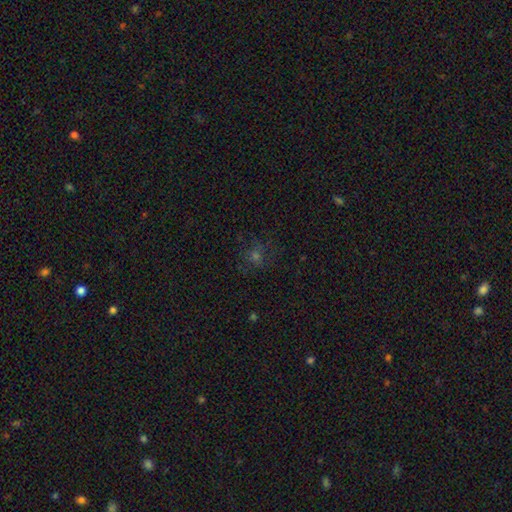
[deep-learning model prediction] A smooth galaxy with no disk features (41%). Merging: none (75%).